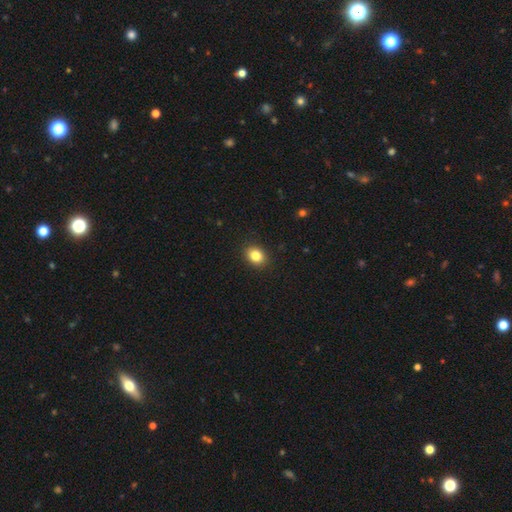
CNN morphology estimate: Overall: smooth (84%). How rounded: in between (50%; round 49%). Merging: none (91%).